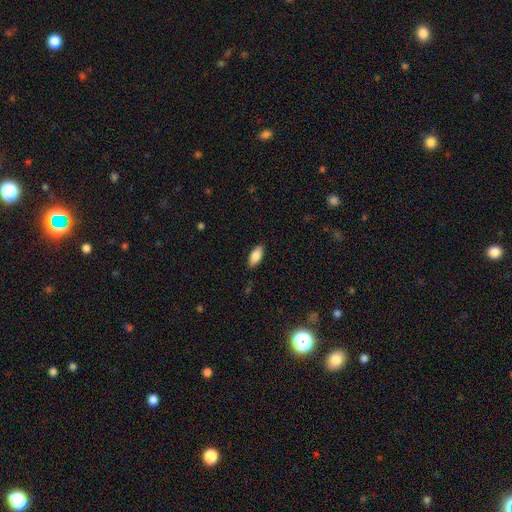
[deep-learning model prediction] Smooth or featured: smooth — 86% (featured or disk — 8%)
How rounded: in between — 88% (cigar-shaped — 10%)
Merging: none — 88% (minor disturbance — 9%)